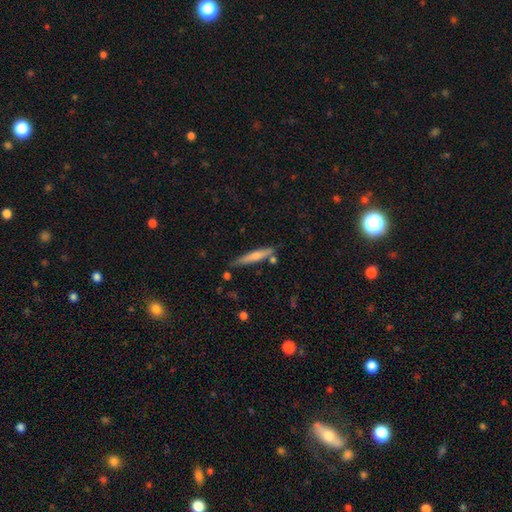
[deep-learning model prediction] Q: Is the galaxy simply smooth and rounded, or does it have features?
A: smooth — 60%.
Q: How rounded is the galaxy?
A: cigar-shaped — 93%.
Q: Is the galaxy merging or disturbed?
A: none — 73%.